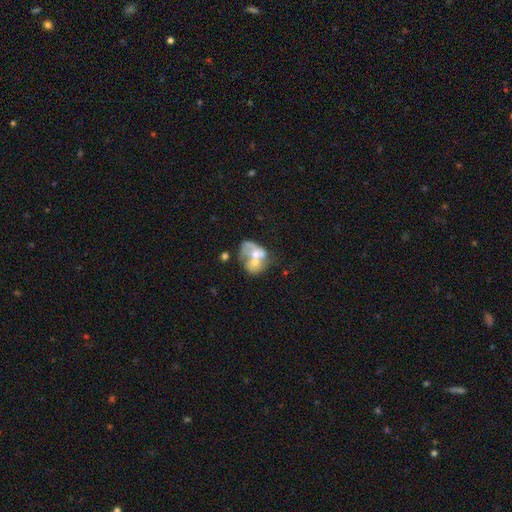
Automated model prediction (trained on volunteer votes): This appears to be a featured or disk galaxy (51%). Merging: merger (70%).